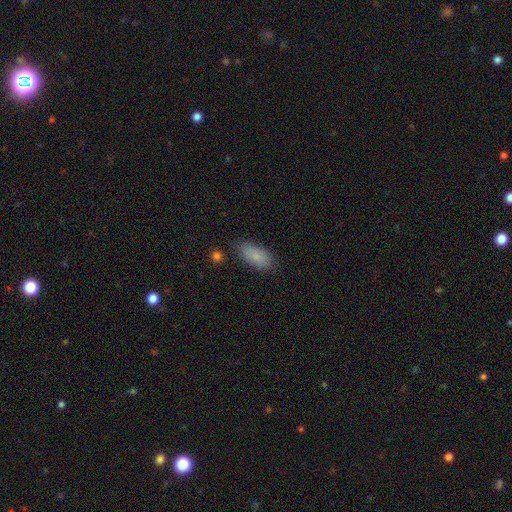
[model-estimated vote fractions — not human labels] smooth 86%, featured or disk 7%, star or artifact 7%. Down the decision tree: how rounded — in between (88%); merging — none (82%).